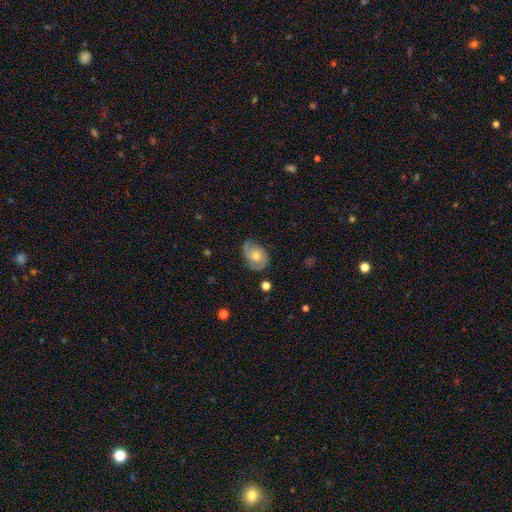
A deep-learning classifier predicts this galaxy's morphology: This appears to be a featured or disk galaxy (64%) with no bar (79%), 2 (61%) tight (45%) spiral arms (86%) and a moderate central bulge (62%). Merging: none (66%).